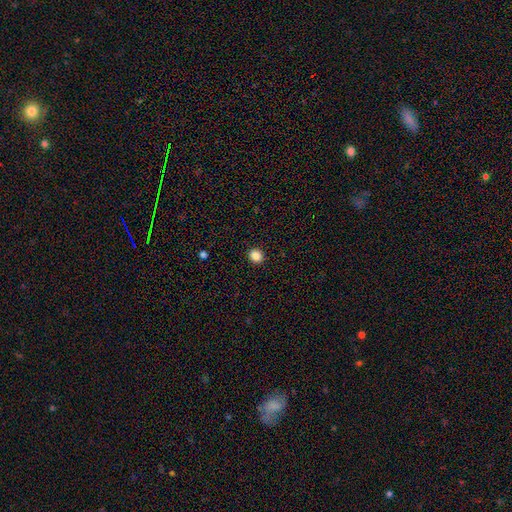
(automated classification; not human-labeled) smooth 87%, star or artifact 10%, featured or disk 3%. Down the decision tree: how rounded — round (74%); merging — none (92%).